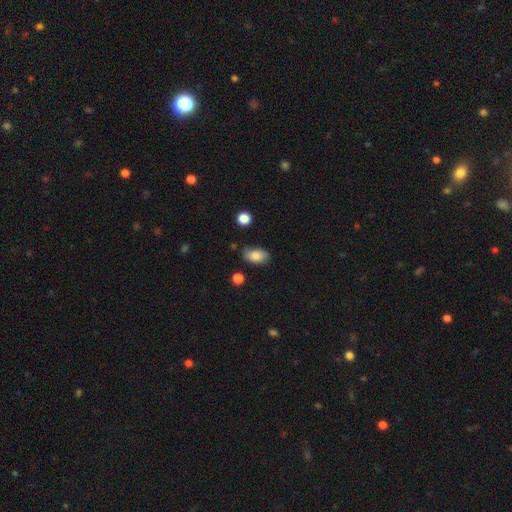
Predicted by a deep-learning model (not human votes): smooth_or_featured: smooth (p=0.85) [alt: star or artifact p=0.08]
how_rounded: in between (p=0.90) [alt: round p=0.08]
merging: none (p=0.77) [alt: minor disturbance p=0.17]